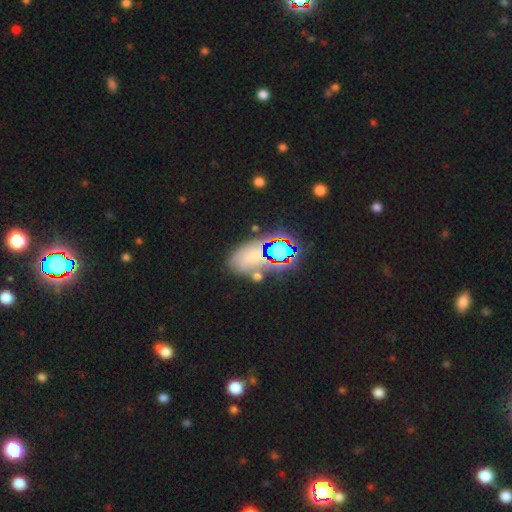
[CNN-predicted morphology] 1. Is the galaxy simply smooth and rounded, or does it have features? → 44% star or artifact, 34% smooth, 22% featured or disk.